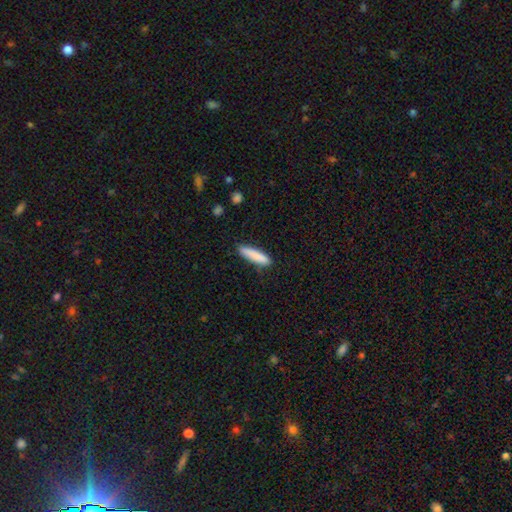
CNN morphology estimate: This appears to be a smooth galaxy with no disk features (86%) that is cigar-shaped (81%). Merging: none (84%).